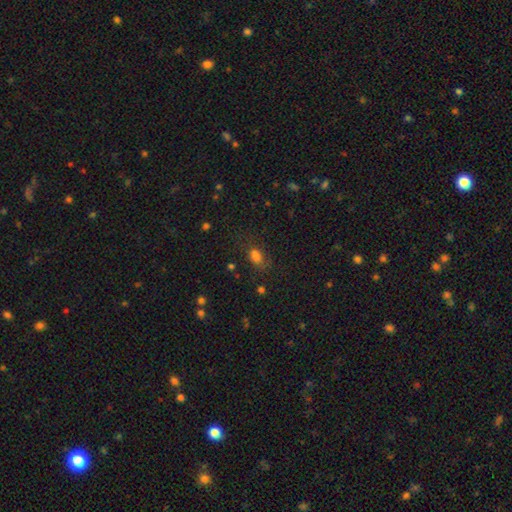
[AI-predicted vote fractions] The model was most divided on "merging": none: 58%, minor disturbance: 23%, major disturbance: 13%, merger: 5%. More confident: how rounded — in between (79%); smooth or featured — smooth (73%).